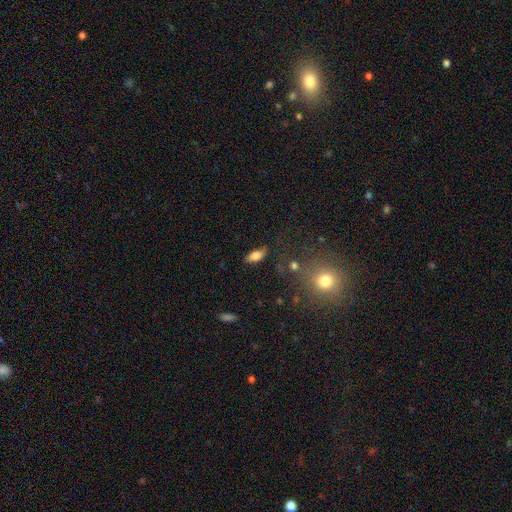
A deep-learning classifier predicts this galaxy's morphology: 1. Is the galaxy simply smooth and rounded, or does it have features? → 75% smooth, 16% featured or disk, 9% star or artifact.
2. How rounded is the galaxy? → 84% in between, 12% cigar-shaped, 4% round.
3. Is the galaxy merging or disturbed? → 70% none, 21% minor disturbance, 7% major disturbance, 3% merger.